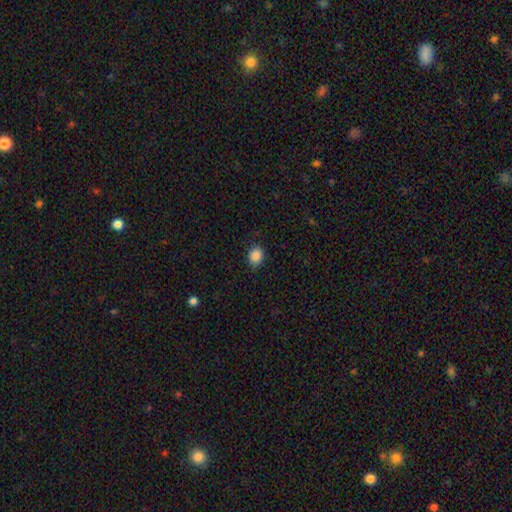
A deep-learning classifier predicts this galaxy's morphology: Smooth or featured: smooth — 87% (star or artifact — 9%)
How rounded: round — 51% (in between — 48%)
Merging: none — 86% (minor disturbance — 11%)